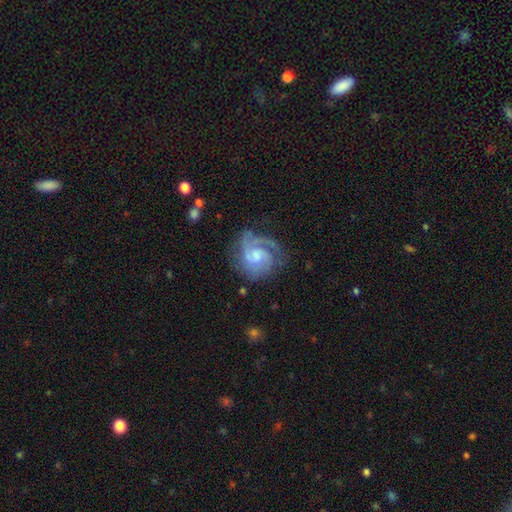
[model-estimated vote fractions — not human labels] A featured or disk galaxy (85%) with no bar (55%), 2 (35%) tight (49%) spiral arms (96%) and a moderate central bulge (41%, tied with small).

Vote fractions:
- Smooth or featured? featured or disk: 85% / smooth: 10% / star or artifact: 6%
- Edge-on disk? no: 98% / yes: 2%
- Bar? no: 55% / weak: 40% / strong: 6%
- Spiral arms? yes: 96% / no: 4%
- Spiral winding? tight: 49% / medium: 40% / loose: 10%
- Spiral arm count? 2: 35% / 3: 27% / can't tell: 18% / 1: 10% / 4: 5% / more than 4: 4%
- Bulge size? moderate: 41% (tied) / small: 41% (tied) / none: 12% / large: 6% / dominant: 1%
- Merging? none: 63% / minor disturbance: 21% / major disturbance: 14% / merger: 2%